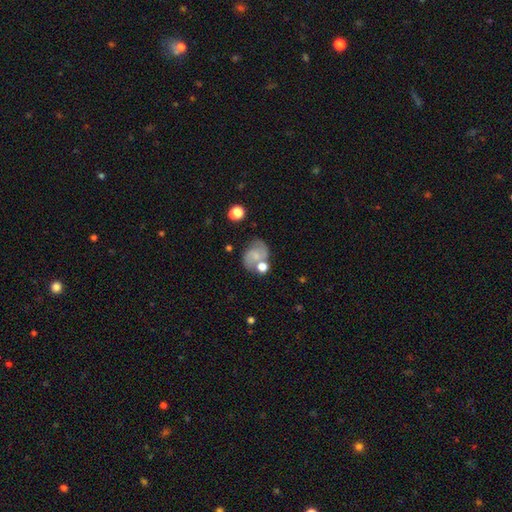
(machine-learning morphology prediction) Smooth or featured? featured or disk (47%)
Merging? none (52%)